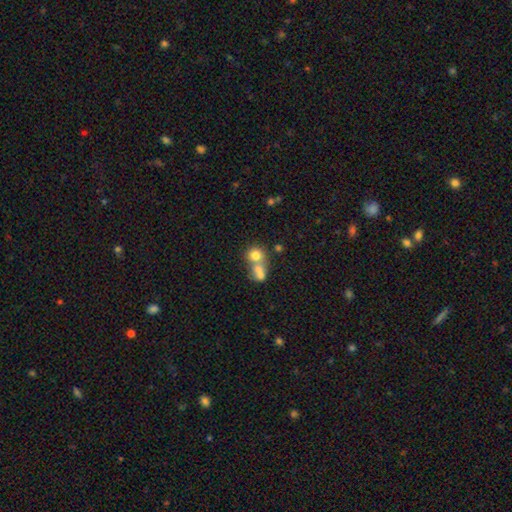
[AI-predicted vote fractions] Morphology: type=smooth (73%); roundness=round (80%); merging=merger (58%).